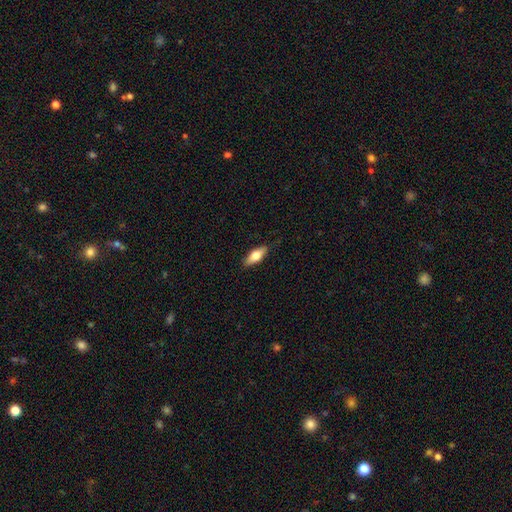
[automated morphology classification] Overall: smooth (64%; featured or disk 30%). How rounded: in between (67%; cigar-shaped 30%). Merging: none (86%).